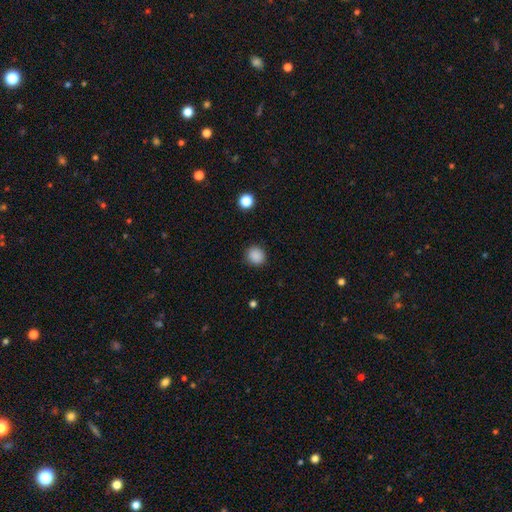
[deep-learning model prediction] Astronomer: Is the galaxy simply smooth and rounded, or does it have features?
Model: smooth — 87%.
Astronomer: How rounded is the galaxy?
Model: round — 87%.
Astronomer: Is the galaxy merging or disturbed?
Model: none — 88%.